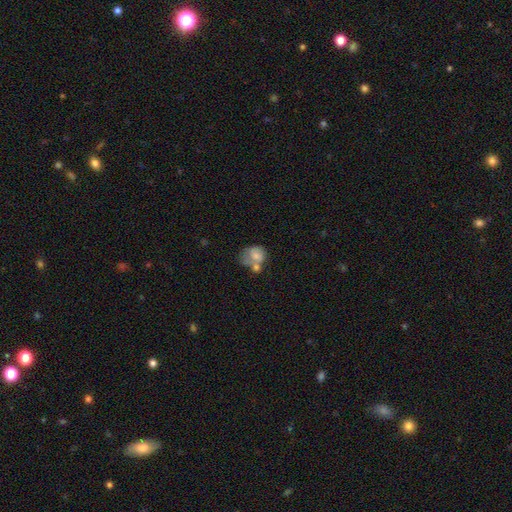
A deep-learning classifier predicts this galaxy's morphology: type=smooth (66%); roundness=round (50%); merging=merger (41%).